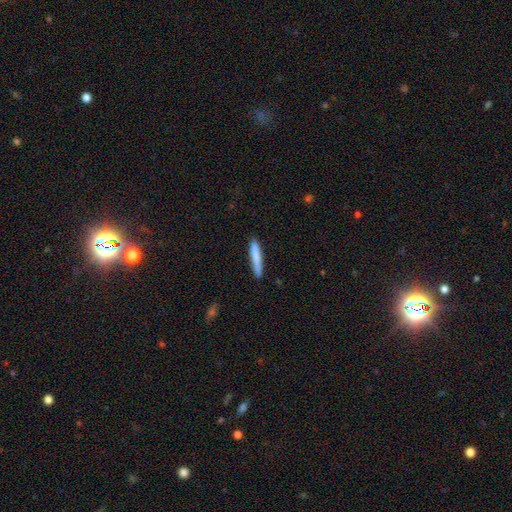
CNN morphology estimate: Smooth or featured: smooth — 82% (featured or disk — 12%)
How rounded: cigar-shaped — 93% (in between — 6%)
Merging: none — 87% (minor disturbance — 10%)